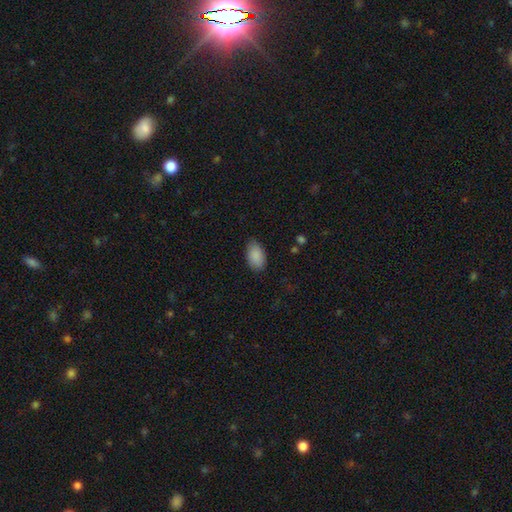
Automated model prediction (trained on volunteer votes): A smooth galaxy with no disk features (89%) that is in between round and cigar-shaped (94%). Merging: none (81%).